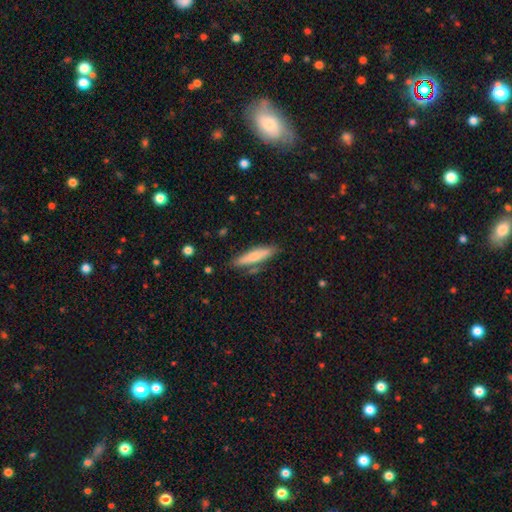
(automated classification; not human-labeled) Q: Smooth or featured?
A: smooth (67%); runner-up: featured or disk (26%)
Q: How rounded?
A: cigar-shaped (83%); runner-up: in between (15%)
Q: Merging?
A: none (80%); runner-up: minor disturbance (13%)